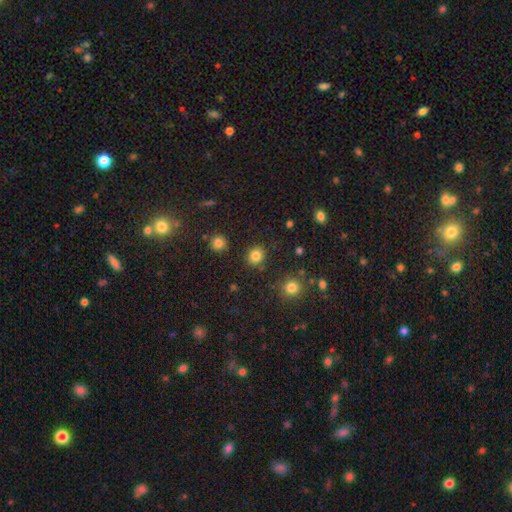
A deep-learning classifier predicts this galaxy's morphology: Smooth or featured?
  - smooth: 83% *
  - star or artifact: 12%
  - featured or disk: 4%
How rounded?
  - round: 86% *
  - in between: 13%
  - cigar-shaped: 1%
Merging?
  - none: 88% *
  - minor disturbance: 7%
  - merger: 3%
  - major disturbance: 3%